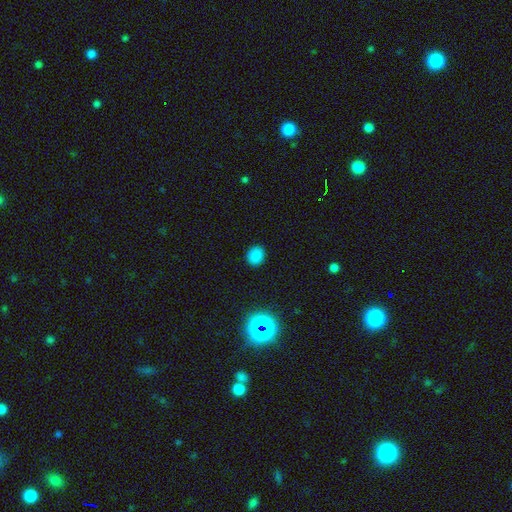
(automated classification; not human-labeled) Smooth or featured? Predicted: smooth (p=0.82). How rounded? Predicted: round (p=0.67). Merging? Predicted: none (p=0.89).